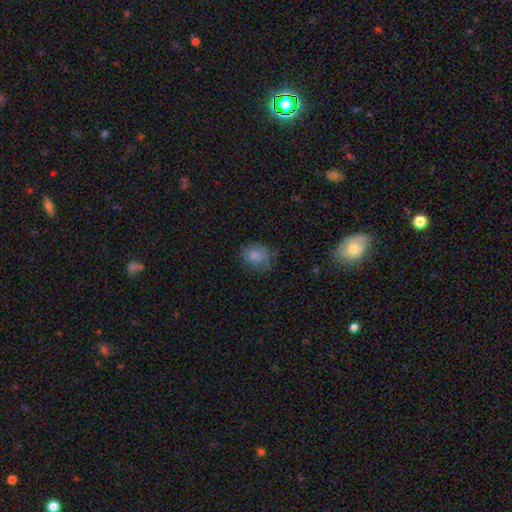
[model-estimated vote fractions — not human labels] Morphology: type=smooth (79%); roundness=round (57%); merging=none (61%).